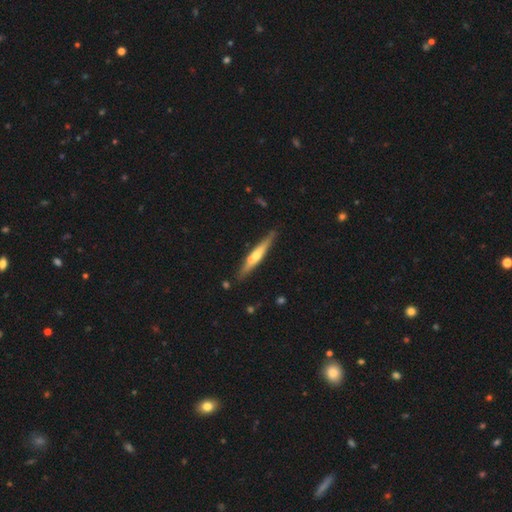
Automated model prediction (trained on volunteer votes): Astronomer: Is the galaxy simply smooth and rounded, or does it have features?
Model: featured or disk — 57% (runner-up: smooth, 37%).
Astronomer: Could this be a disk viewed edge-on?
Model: yes — 95%.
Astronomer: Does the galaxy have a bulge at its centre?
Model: rounded — 73%.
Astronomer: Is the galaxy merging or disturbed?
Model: none — 82%.